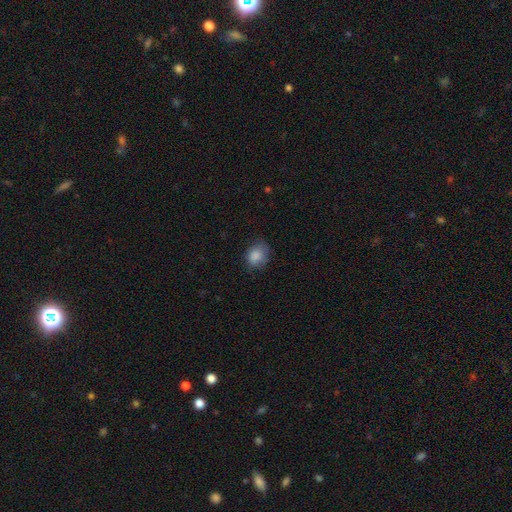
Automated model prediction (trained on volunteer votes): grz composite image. It shows a smooth galaxy with no disk features (86%) that is in between round and cigar-shaped (51%). Merging: none (67%).